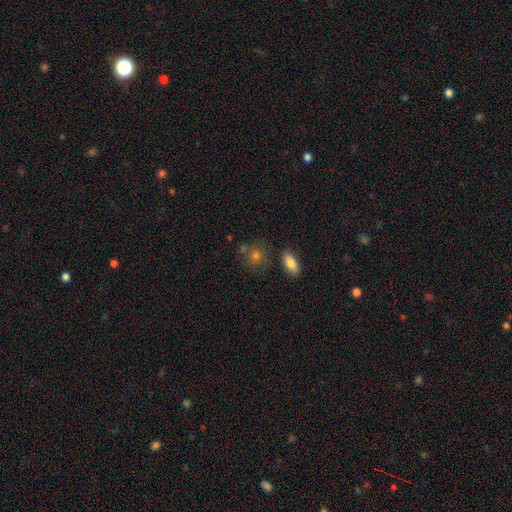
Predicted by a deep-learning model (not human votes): Smooth or featured? Predicted: smooth (p=0.68). How rounded? Predicted: round (p=0.71). Merging? Predicted: none (p=0.68).